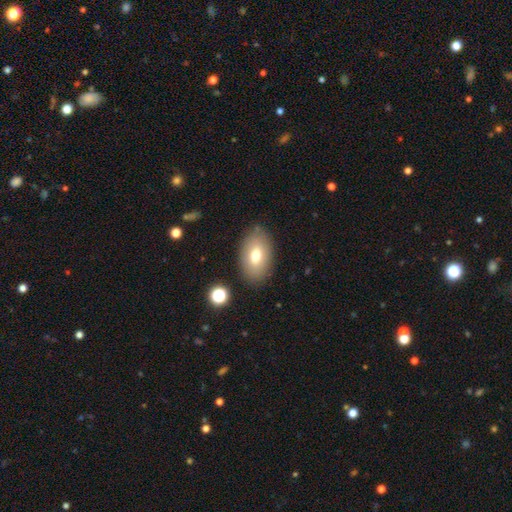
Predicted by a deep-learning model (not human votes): A smooth galaxy with no disk features (71%) that is in between round and cigar-shaped (90%).

Vote fractions:
- Smooth or featured? smooth: 71% / featured or disk: 20% / star or artifact: 9%
- How rounded? in between: 90% / round: 8% / cigar-shaped: 2%
- Merging? none: 82% / minor disturbance: 12% / major disturbance: 4% / merger: 2%